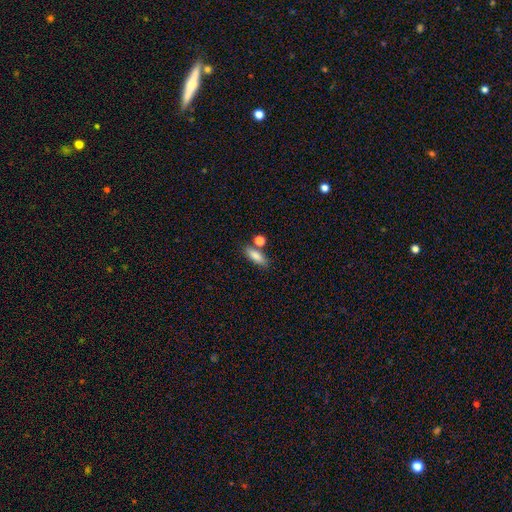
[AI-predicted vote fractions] Smooth or featured? smooth (83%)
How rounded? in between (67%)
Merging? none (68%)